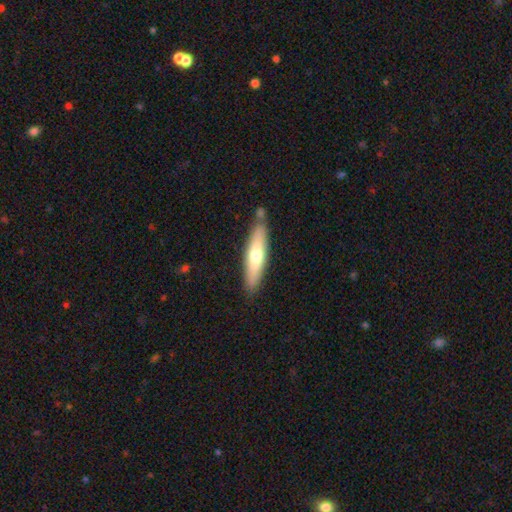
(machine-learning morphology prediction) A smooth galaxy with no disk features (60%) that is cigar-shaped (80%). Merging: none (79%).